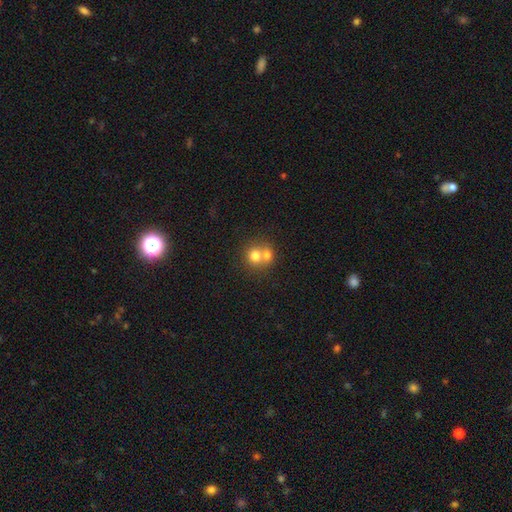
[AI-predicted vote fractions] A smooth galaxy with no disk features (73%) that is round (81%). Merging: merger (60%).